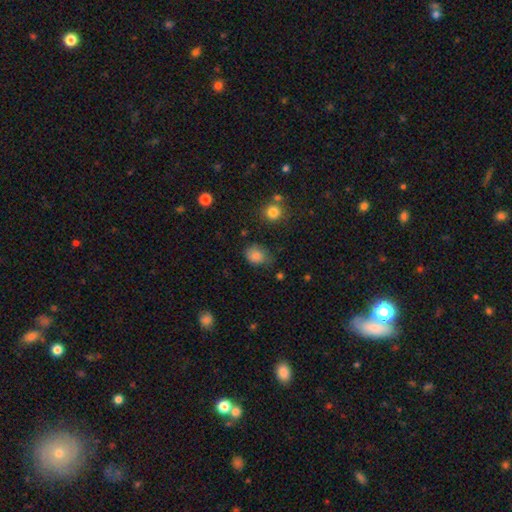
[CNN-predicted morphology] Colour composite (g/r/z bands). It shows a smooth galaxy with no disk features (82%) that is round (51%). Merging: none (58%).